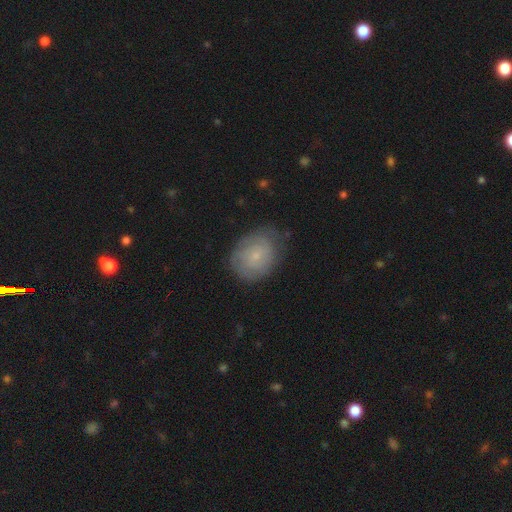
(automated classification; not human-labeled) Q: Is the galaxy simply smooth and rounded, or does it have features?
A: smooth — 49%.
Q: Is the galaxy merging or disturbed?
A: none — 69%.